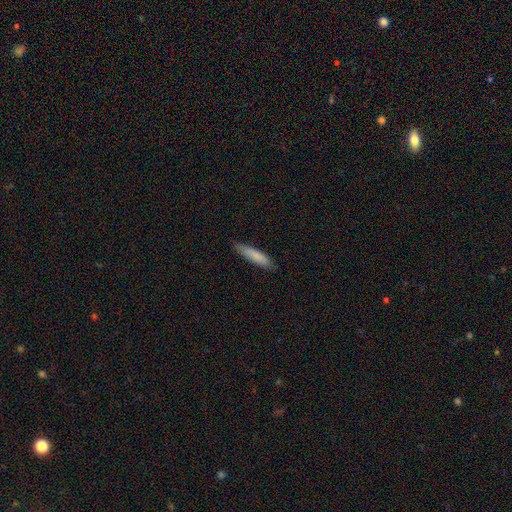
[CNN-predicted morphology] smooth-or-featured: smooth: 81% | featured or disk: 13% | star or artifact: 6%
  how-rounded: cigar-shaped: 81% | in between: 18% | round: 1%
  merging: none: 84% | minor disturbance: 13% | major disturbance: 2% | merger: 1%